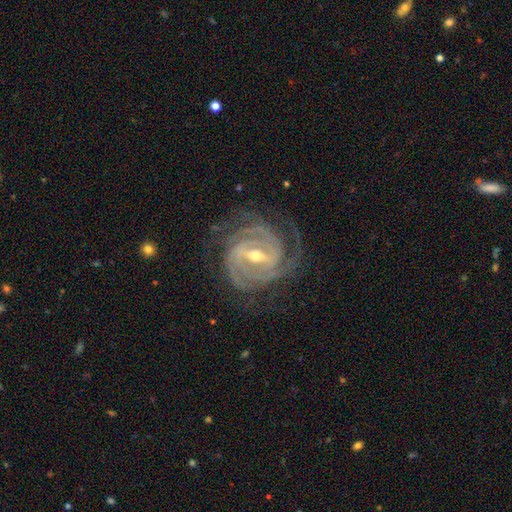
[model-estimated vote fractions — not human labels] smooth_or_featured: featured or disk (p=0.93) [alt: star or artifact p=0.04]
disk_edge_on: no (p=0.97) [alt: yes p=0.03]
bar: strong (p=0.59) [alt: weak p=0.34]
has_spiral_arms: yes (p=0.98) [alt: no p=0.02]
spiral_winding: tight (p=0.73) [alt: medium p=0.24]
spiral_arm_count: 3 (p=0.34) [alt: 2 p=0.22]
bulge_size: moderate (p=0.56) [alt: small p=0.41]
merging: none (p=0.76) [alt: minor disturbance p=0.15]